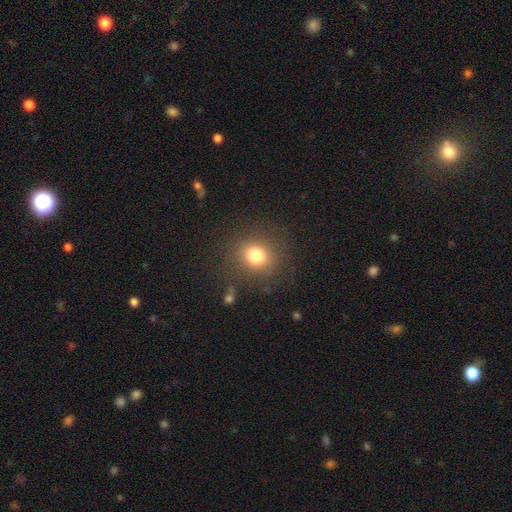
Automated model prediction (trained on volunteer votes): Overall: smooth (78%). How rounded: round (81%). Merging: none (84%).